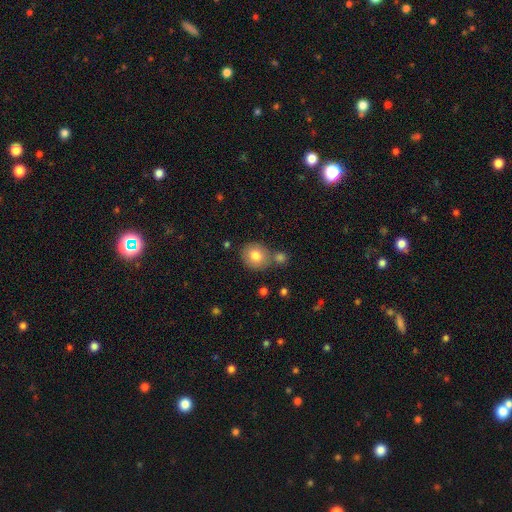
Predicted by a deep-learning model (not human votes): Smooth or featured?
  - smooth: 80% *
  - featured or disk: 10%
  - star or artifact: 10%
How rounded?
  - round: 81% *
  - in between: 18%
  - cigar-shaped: 1%
Merging?
  - none: 67% *
  - merger: 19%
  - minor disturbance: 11%
  - major disturbance: 3%